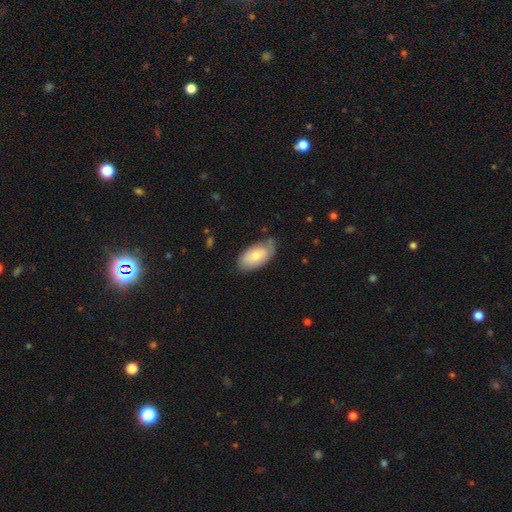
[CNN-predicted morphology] smooth 70%, featured or disk 24%, star or artifact 6%. Down the decision tree: how rounded — in between (95%); merging — none (63%).